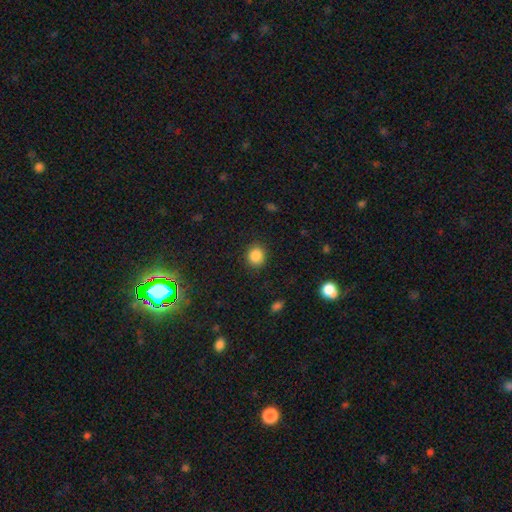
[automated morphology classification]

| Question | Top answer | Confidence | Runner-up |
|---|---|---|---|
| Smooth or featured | smooth | 86% | star or artifact (10%) |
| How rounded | round | 81% | in between (18%) |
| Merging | none | 89% | minor disturbance (7%) |